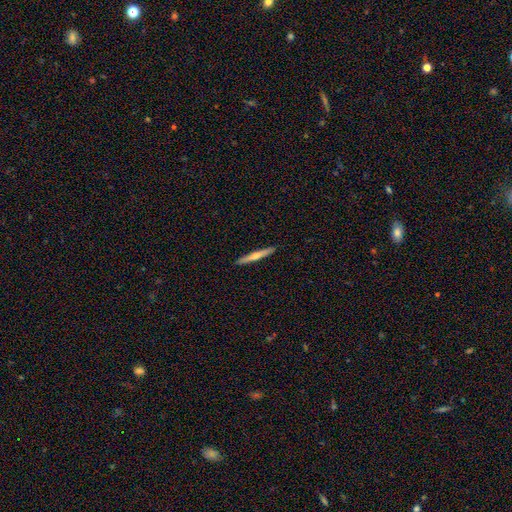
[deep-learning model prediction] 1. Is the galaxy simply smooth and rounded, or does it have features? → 56% featured or disk, 38% smooth, 6% star or artifact.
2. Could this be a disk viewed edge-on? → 97% yes, 3% no.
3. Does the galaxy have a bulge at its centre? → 76% rounded, 20% none, 4% boxy.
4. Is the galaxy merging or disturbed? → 92% none, 5% minor disturbance, 1% major disturbance, 1% merger.